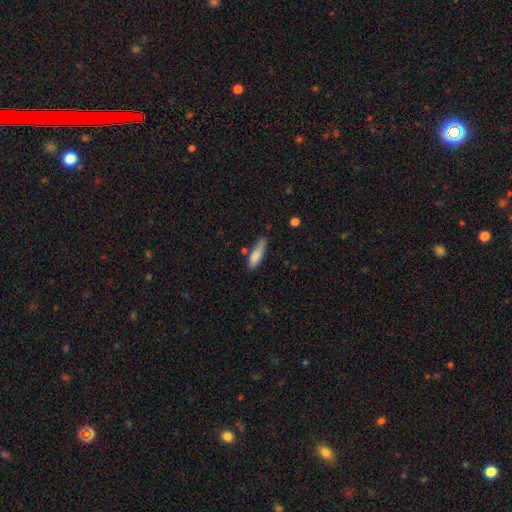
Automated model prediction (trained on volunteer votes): This appears to be a smooth galaxy with no disk features (81%) that is cigar-shaped (61%). Merging: none (52%).